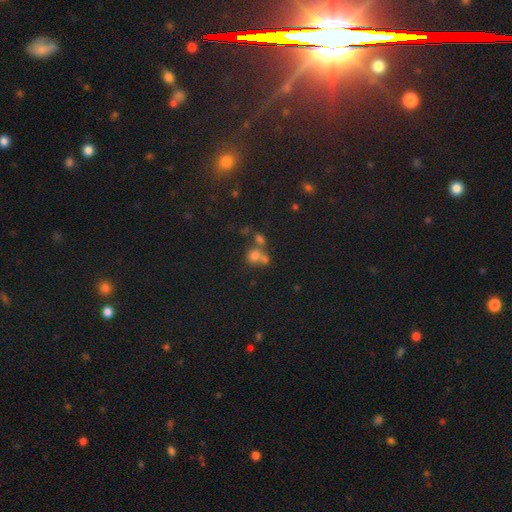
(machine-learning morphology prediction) type=smooth (68%); roundness=round (73%); merging=merger (51%).